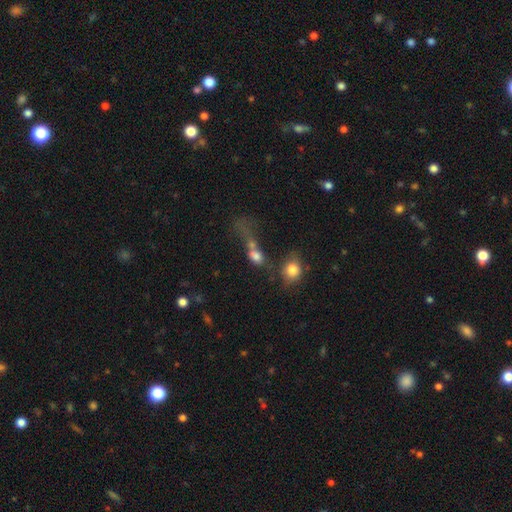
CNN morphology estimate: Smooth or featured?
  - smooth: 69% *
  - featured or disk: 17%
  - star or artifact: 14%
How rounded?
  - in between: 52% *
  - round: 39%
  - cigar-shaped: 9%
Merging?
  - merger: 51% *
  - major disturbance: 20%
  - none: 19%
  - minor disturbance: 9%